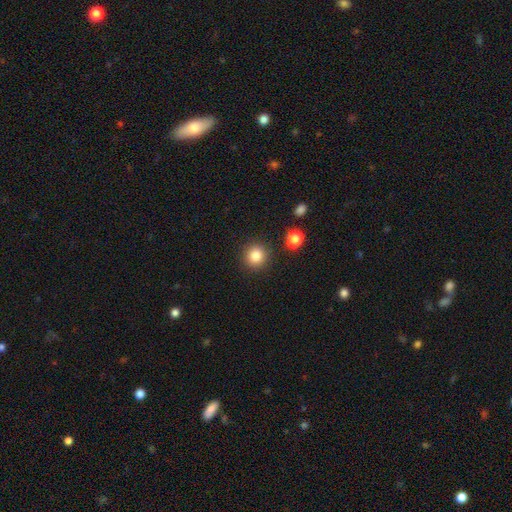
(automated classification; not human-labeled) smooth_or_featured: smooth (p=0.84) [alt: star or artifact p=0.11]
how_rounded: round (p=0.92) [alt: in between p=0.07]
merging: none (p=0.88) [alt: minor disturbance p=0.06]